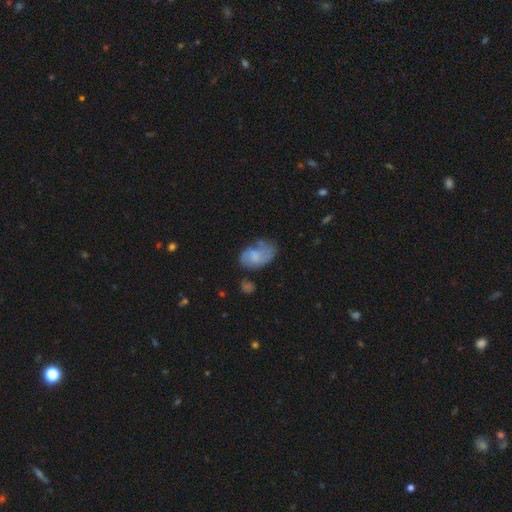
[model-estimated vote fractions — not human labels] The model was most divided on "merging": none: 41%, minor disturbance: 33%, major disturbance: 20%, merger: 6%. More confident: how rounded — in between (89%); smooth or featured — smooth (58%).